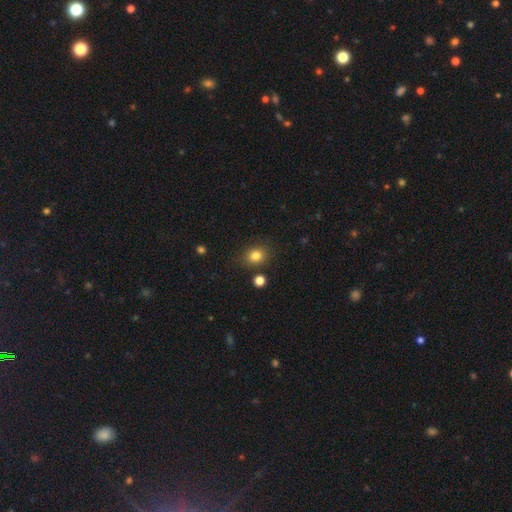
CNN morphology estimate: This appears to be a smooth galaxy with no disk features (82%) that is round (63%). Merging: none (82%).